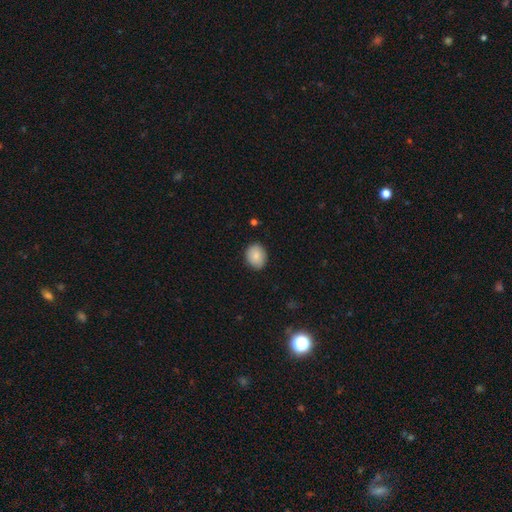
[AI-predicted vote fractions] A smooth galaxy with no disk features (87%) that is round (51%). Merging: none (86%).